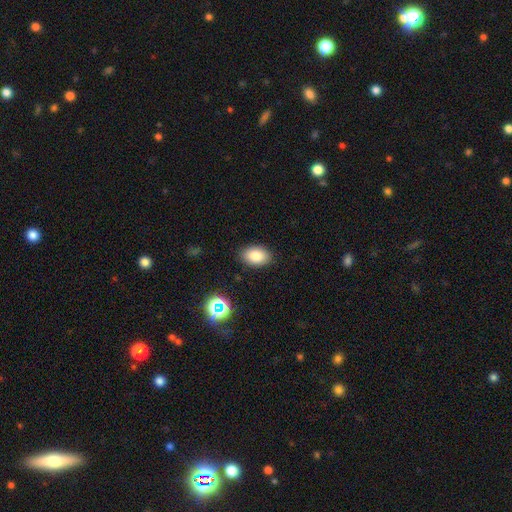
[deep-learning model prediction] Morphology: type=smooth (83%); roundness=in between (87%); merging=none (87%).